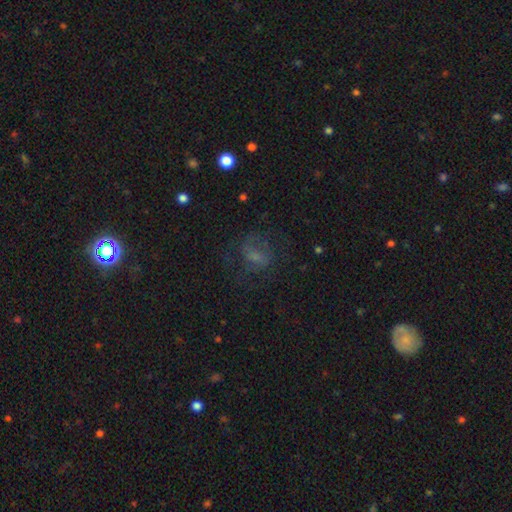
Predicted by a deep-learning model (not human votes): Smooth or featured: smooth — 43% (featured or disk — 37%)
Merging: none — 50% (major disturbance — 28%)